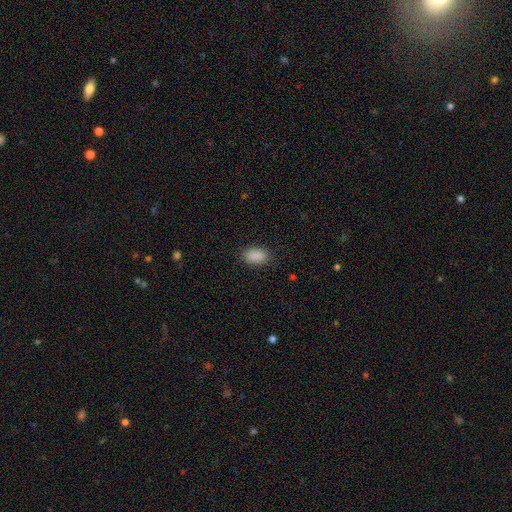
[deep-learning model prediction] This is clearly a smooth galaxy (89%). How rounded: clearly in between (90%). Merging: clearly none (85%).